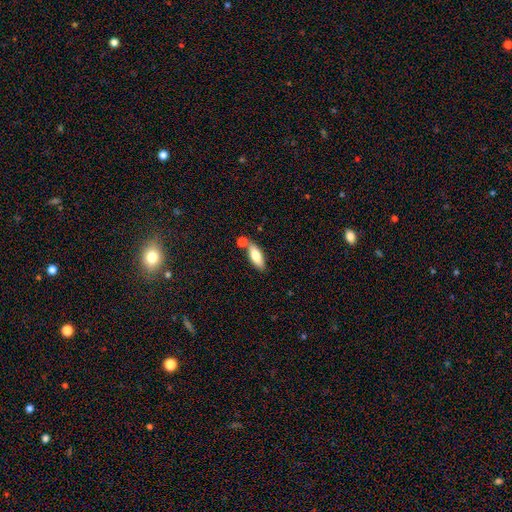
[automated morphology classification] Q: Smooth or featured?
A: smooth (78%); runner-up: featured or disk (16%)
Q: How rounded?
A: in between (68%); runner-up: cigar-shaped (30%)
Q: Merging?
A: none (65%); runner-up: merger (19%)